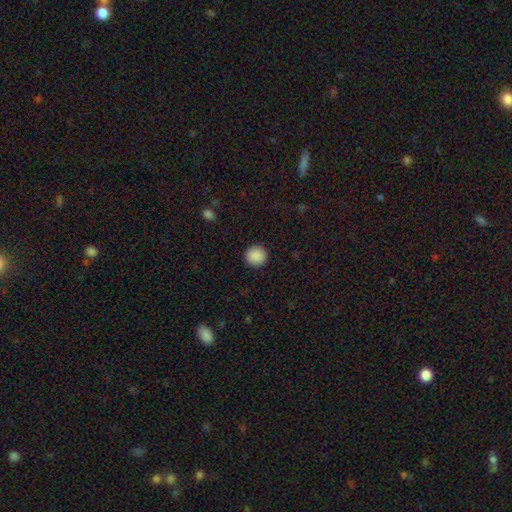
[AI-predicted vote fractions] This appears to be a smooth galaxy with no disk features (90%) that is round (93%). Merging: none (92%).